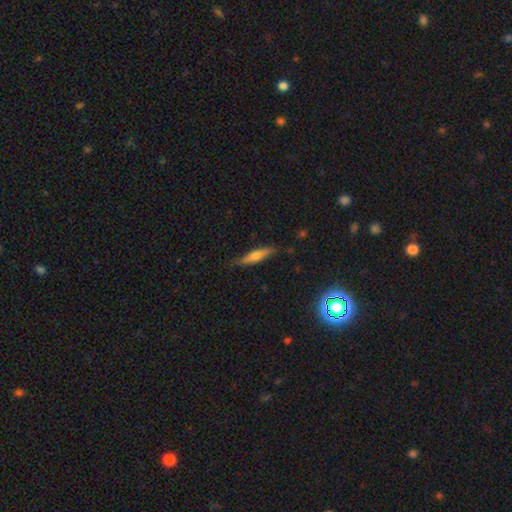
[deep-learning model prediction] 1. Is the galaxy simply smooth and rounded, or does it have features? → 47% smooth, 45% featured or disk, 8% star or artifact.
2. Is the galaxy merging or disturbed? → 82% none, 14% minor disturbance, 2% major disturbance, 1% merger.